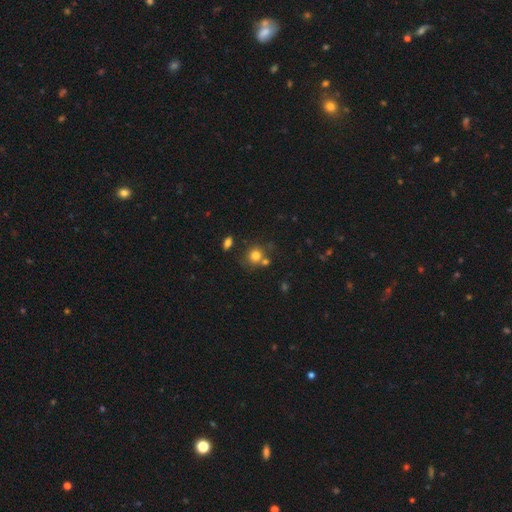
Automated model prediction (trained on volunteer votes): This is likely a smooth galaxy (78%). How rounded: clearly round (85%). Merging: likely none (63%).